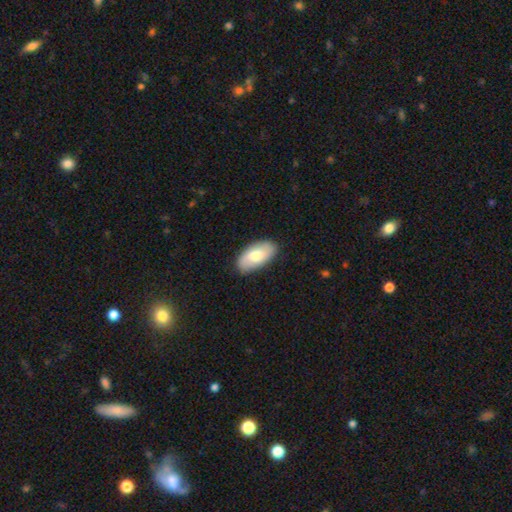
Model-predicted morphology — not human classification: Smooth or featured: smooth — 67% (featured or disk — 27%)
How rounded: in between — 94% (cigar-shaped — 3%)
Merging: none — 87% (minor disturbance — 10%)